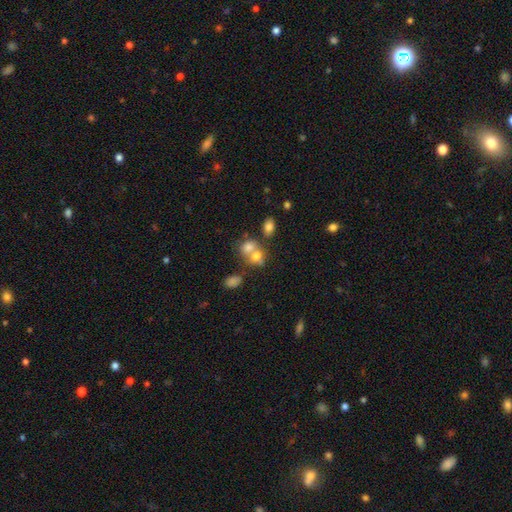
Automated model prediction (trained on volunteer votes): Smooth or featured?
  - smooth: 72% *
  - featured or disk: 16%
  - star or artifact: 12%
How rounded?
  - round: 50% *
  - in between: 49%
  - cigar-shaped: 1%
Merging?
  - merger: 55% *
  - none: 31%
  - minor disturbance: 9%
  - major disturbance: 5%